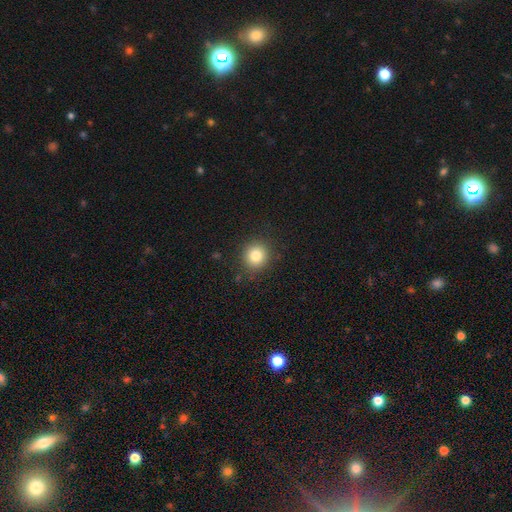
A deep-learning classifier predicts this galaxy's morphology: smooth-or-featured: smooth: 82% | star or artifact: 11% | featured or disk: 7%
  how-rounded: round: 89% | in between: 10% | cigar-shaped: 1%
  merging: none: 89% | minor disturbance: 8% | major disturbance: 2% | merger: 1%